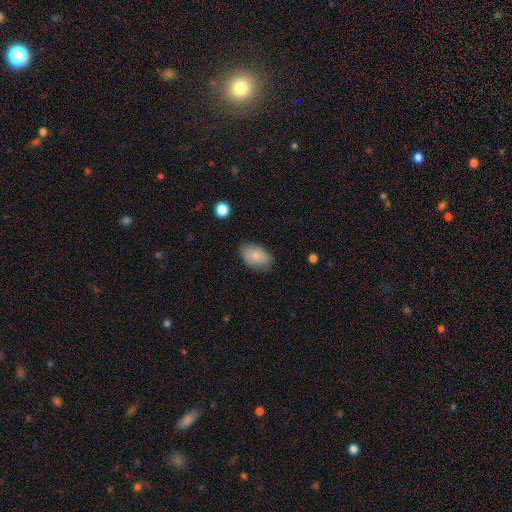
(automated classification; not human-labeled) The model was most divided on "merging": none: 74%, minor disturbance: 20%, major disturbance: 4%, merger: 1%. More confident: how rounded — in between (89%); smooth or featured — smooth (76%).